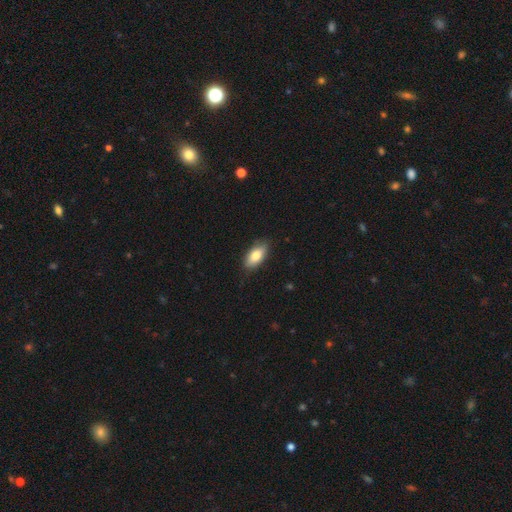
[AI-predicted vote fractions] Smooth or featured? smooth (81%)
How rounded? in between (90%)
Merging? none (83%)